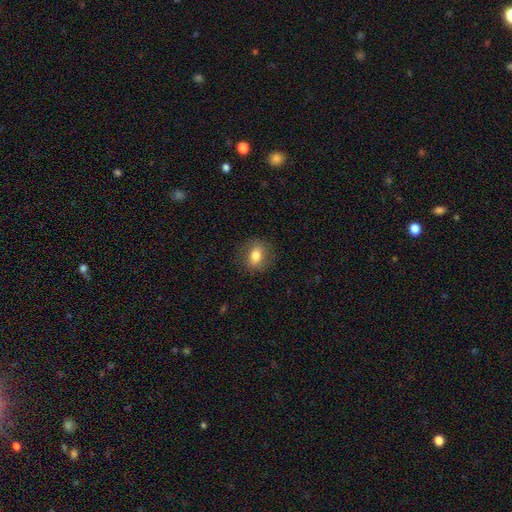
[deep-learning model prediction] Q: Smooth or featured?
A: smooth (74%); runner-up: featured or disk (17%)
Q: How rounded?
A: round (50%); runner-up: in between (48%)
Q: Merging?
A: none (83%); runner-up: minor disturbance (12%)